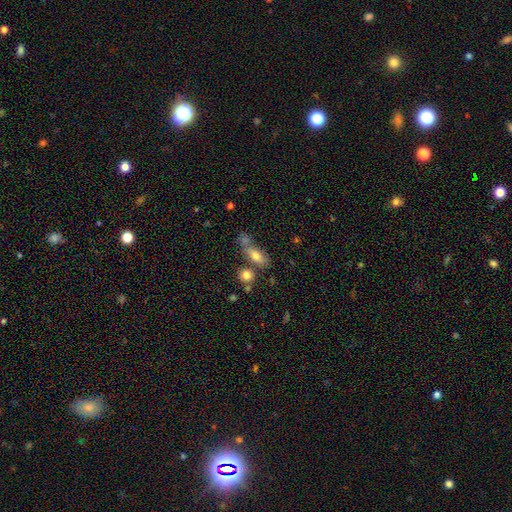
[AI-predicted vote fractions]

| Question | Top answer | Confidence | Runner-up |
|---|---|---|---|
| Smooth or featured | smooth | 72% | featured or disk (18%) |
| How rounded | in between | 71% | cigar-shaped (22%) |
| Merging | none | 49% | merger (29%) |